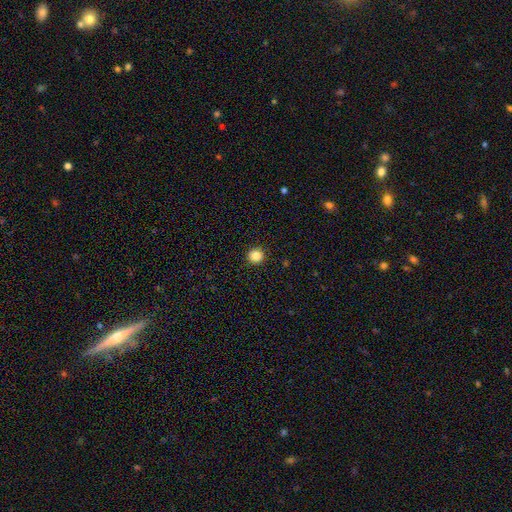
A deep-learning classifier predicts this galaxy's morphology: Overall: smooth (85%). How rounded: round (95%). Merging: none (93%).